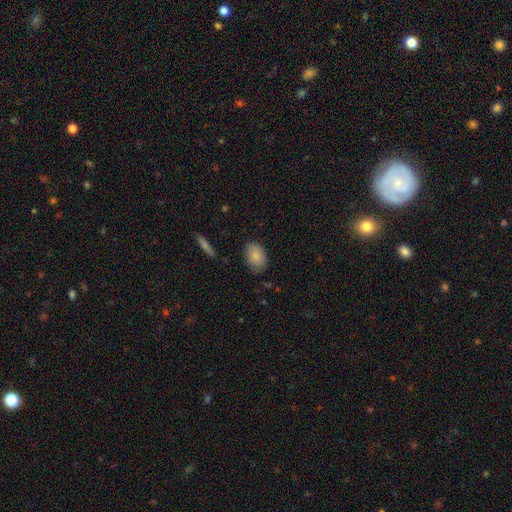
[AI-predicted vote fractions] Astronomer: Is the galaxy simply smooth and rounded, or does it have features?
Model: smooth — 84%.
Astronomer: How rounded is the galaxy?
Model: in between — 82%.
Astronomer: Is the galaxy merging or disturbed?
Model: none — 80%.